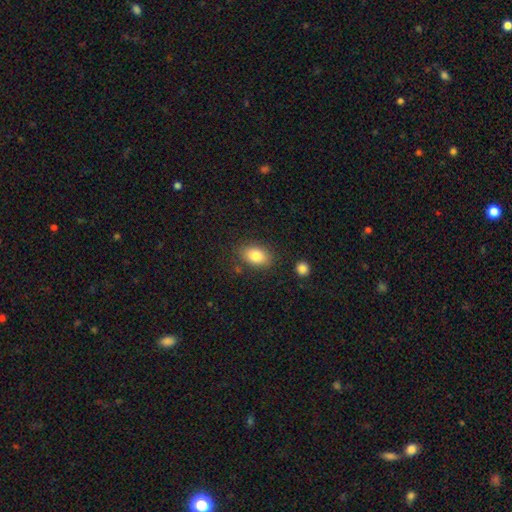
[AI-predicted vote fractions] A smooth galaxy with no disk features (83%) that is in between round and cigar-shaped (85%). Merging: none (82%).